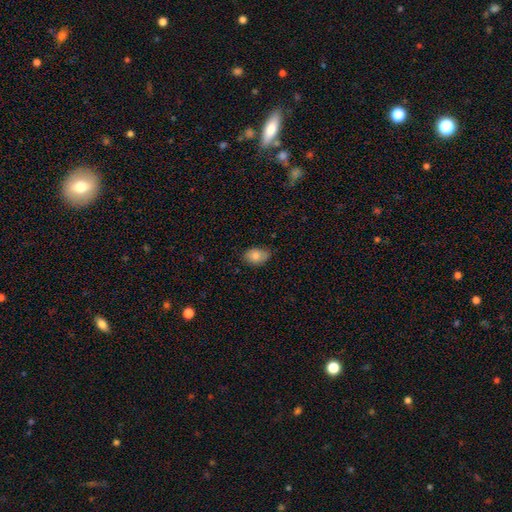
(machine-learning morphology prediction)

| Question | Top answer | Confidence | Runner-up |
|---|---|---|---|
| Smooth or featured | smooth | 83% | featured or disk (10%) |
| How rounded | in between | 84% | round (14%) |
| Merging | none | 75% | minor disturbance (21%) |